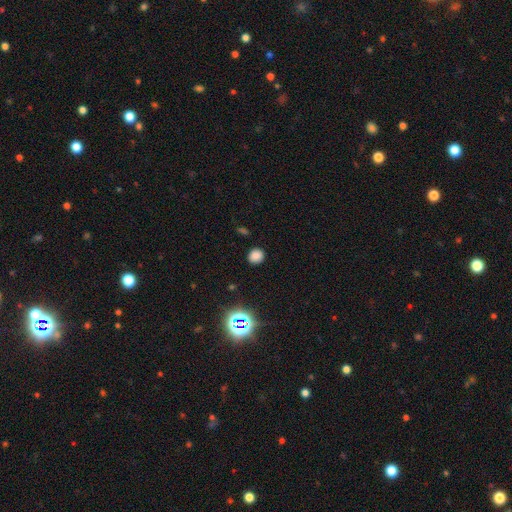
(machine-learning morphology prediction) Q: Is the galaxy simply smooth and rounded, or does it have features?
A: smooth — 78%.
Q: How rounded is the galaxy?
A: round — 83%.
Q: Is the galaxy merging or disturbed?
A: none — 88%.